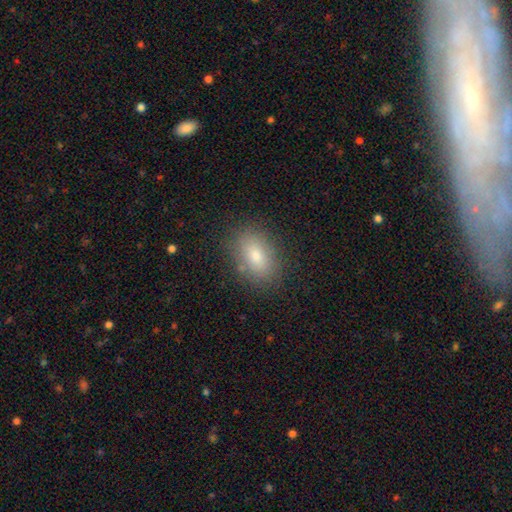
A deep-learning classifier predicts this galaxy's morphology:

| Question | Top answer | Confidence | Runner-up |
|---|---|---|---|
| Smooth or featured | smooth | 78% | featured or disk (12%) |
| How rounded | in between | 86% | round (12%) |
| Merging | none | 84% | minor disturbance (11%) |